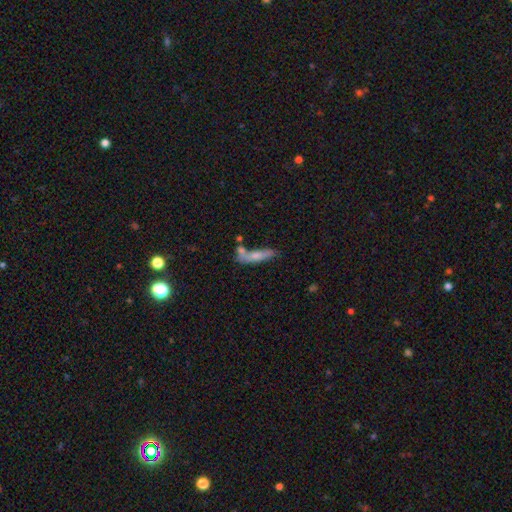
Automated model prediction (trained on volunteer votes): Smooth or featured: smooth — 67% (featured or disk — 26%)
How rounded: cigar-shaped — 71% (in between — 27%)
Merging: none — 45% (merger — 25%)